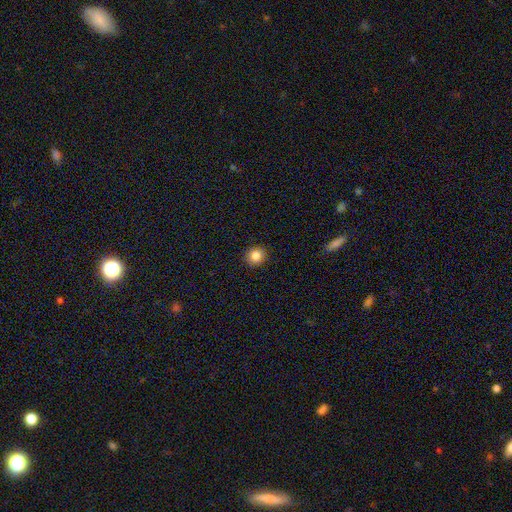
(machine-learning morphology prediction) A smooth galaxy with no disk features (85%) that is round (88%).

Vote fractions:
- Smooth or featured? smooth: 85% / star or artifact: 10% / featured or disk: 5%
- How rounded? round: 88% / in between: 11% / cigar-shaped: 1%
- Merging? none: 92% / minor disturbance: 5% / major disturbance: 2% / merger: 1%